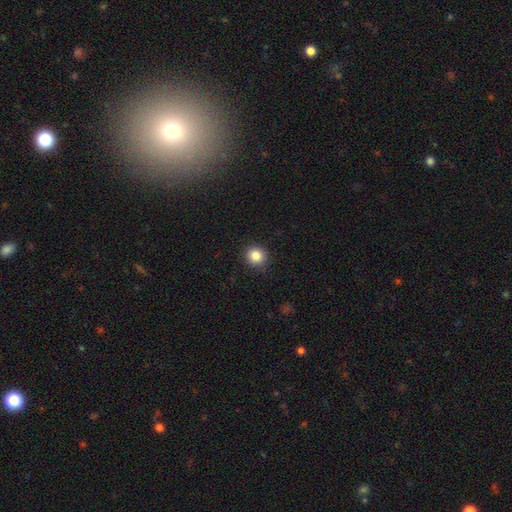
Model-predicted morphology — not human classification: Smooth or featured? smooth (85%)
How rounded? round (91%)
Merging? none (90%)